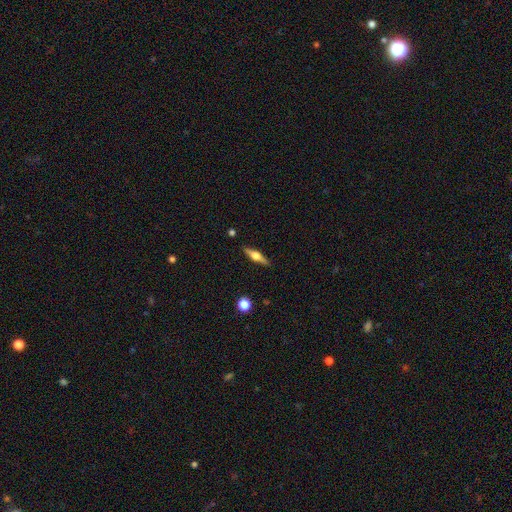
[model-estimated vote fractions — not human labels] featured or disk 67%, smooth 27%, star or artifact 6%. Down the decision tree: edge-on disk — yes (97%); edge-on bulge — rounded (93%); merging — none (89%).